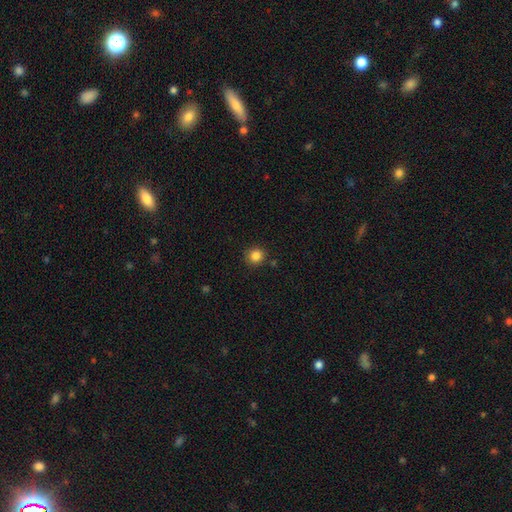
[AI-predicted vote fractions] Smooth or featured? Predicted: smooth (p=0.85). How rounded? Predicted: round (p=0.90). Merging? Predicted: none (p=0.87).